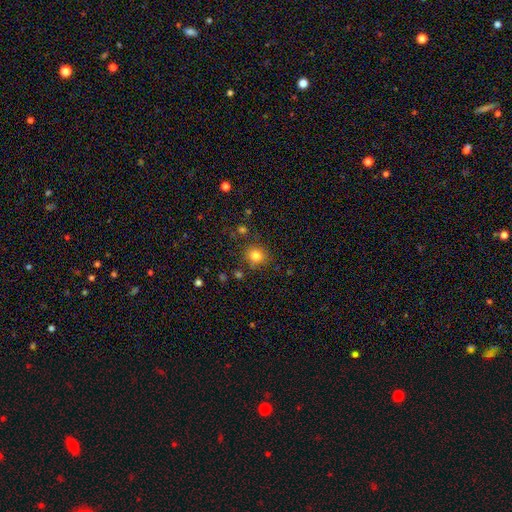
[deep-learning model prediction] Smooth or featured? Predicted: smooth (p=0.81). How rounded? Predicted: round (p=0.86). Merging? Predicted: none (p=0.82).